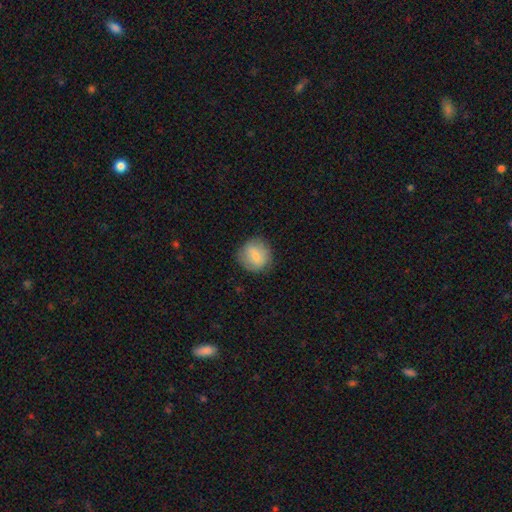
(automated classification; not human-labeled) Smooth or featured?
  - smooth: 79% *
  - featured or disk: 14%
  - star or artifact: 7%
How rounded?
  - round: 87% *
  - in between: 12%
  - cigar-shaped: 1%
Merging?
  - none: 80% *
  - minor disturbance: 15%
  - major disturbance: 4%
  - merger: 1%